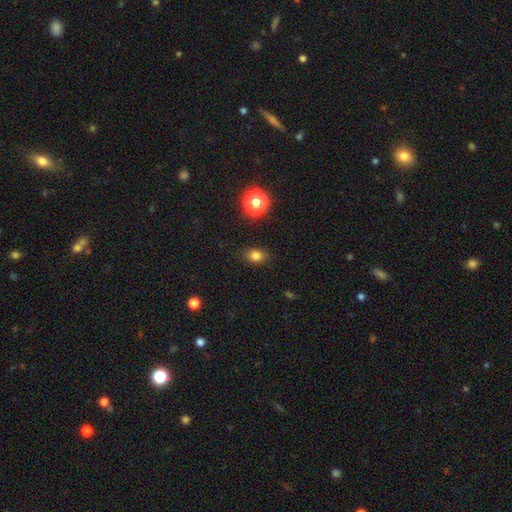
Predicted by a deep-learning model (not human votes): This appears to be a smooth galaxy with no disk features (80%) that is in between round and cigar-shaped (59%). Merging: none (87%).